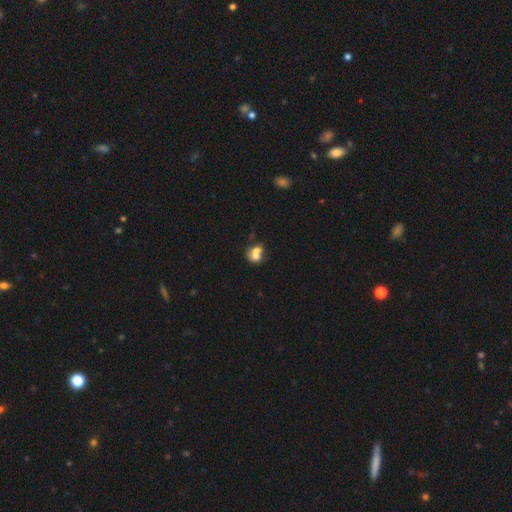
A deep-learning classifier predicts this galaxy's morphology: smooth 67%, featured or disk 23%, star or artifact 10%. Down the decision tree: how rounded — round (55%); merging — merger (61%).